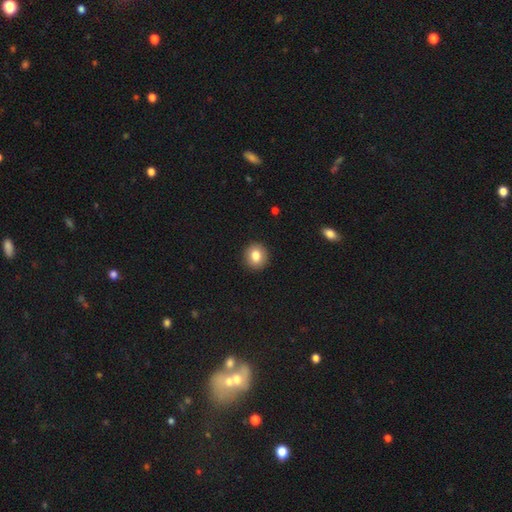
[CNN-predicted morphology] Smooth or featured? smooth (82%)
How rounded? round (87%)
Merging? none (92%)